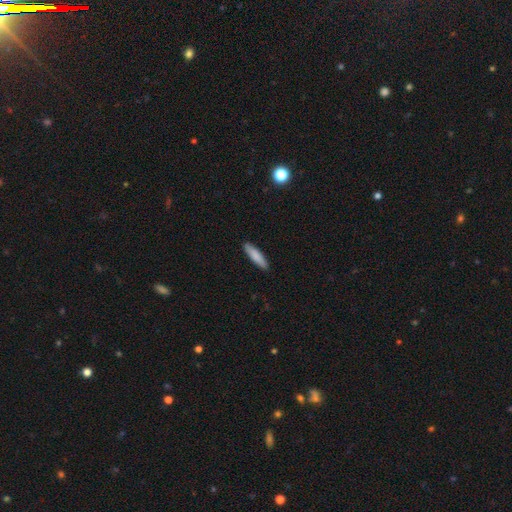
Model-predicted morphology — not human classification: smooth_or_featured: smooth (p=0.84) [alt: featured or disk p=0.11]
how_rounded: cigar-shaped (p=0.78) [alt: in between p=0.21]
merging: none (p=0.90) [alt: minor disturbance p=0.07]